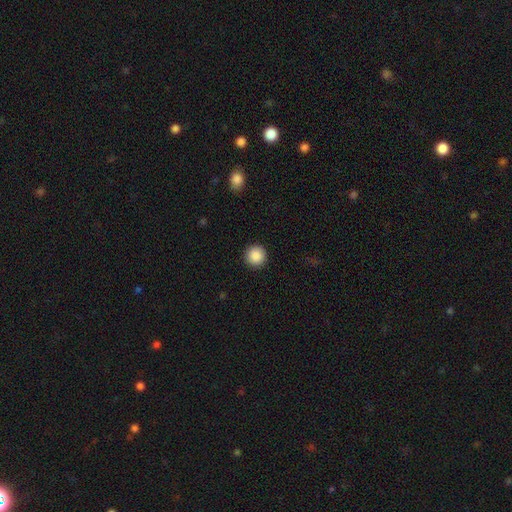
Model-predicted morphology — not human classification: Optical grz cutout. It shows a smooth galaxy with no disk features (89%) that is round (96%). Merging: none (93%).